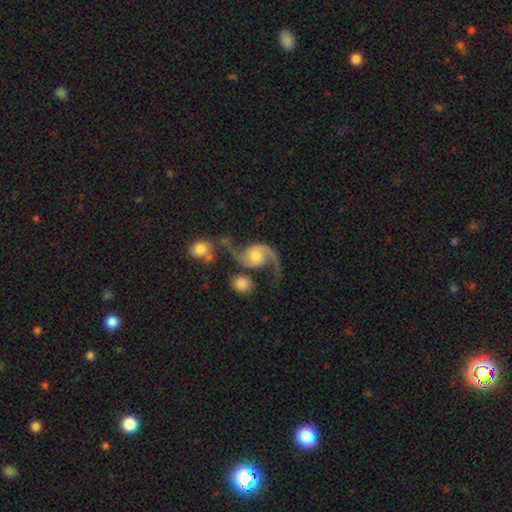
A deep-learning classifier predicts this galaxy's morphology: A featured or disk galaxy (89%) with no bar (64%), 2 (93%) loose (73%) spiral arms (97%) and a moderate central bulge (54%).

Vote fractions:
- Smooth or featured? featured or disk: 89% / smooth: 6% / star or artifact: 5%
- Edge-on disk? no: 98% / yes: 2%
- Bar? no: 64% / weak: 29% / strong: 7%
- Spiral arms? yes: 97% / no: 3%
- Spiral winding? loose: 73% / medium: 23% / tight: 4%
- Spiral arm count? 2: 93% / 1: 3% / can't tell: 1% / 3: 1% / 4: 1% / more than 4: 1%
- Bulge size? moderate: 54% / small: 27% / large: 12% / none: 4% / dominant: 2%
- Merging? none: 56% / merger: 16% / minor disturbance: 15% / major disturbance: 13%